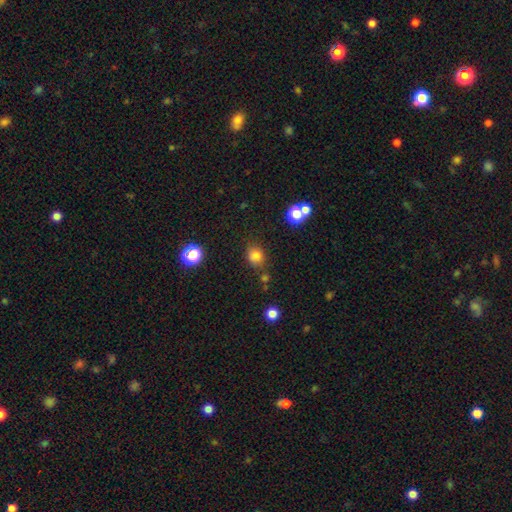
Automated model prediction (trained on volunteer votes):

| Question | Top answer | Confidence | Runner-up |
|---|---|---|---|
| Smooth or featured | smooth | 79% | star or artifact (15%) |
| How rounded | round | 69% | in between (30%) |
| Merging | none | 75% | minor disturbance (14%) |